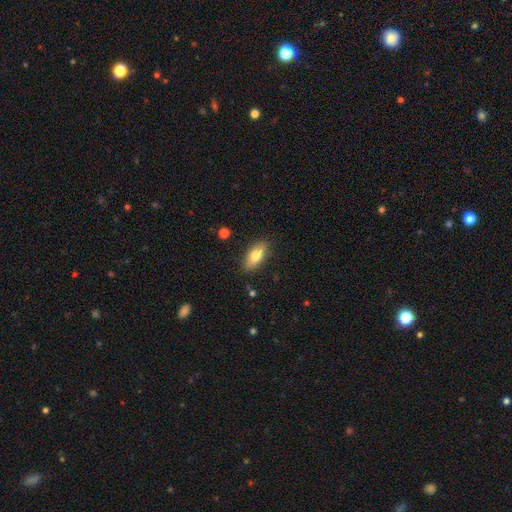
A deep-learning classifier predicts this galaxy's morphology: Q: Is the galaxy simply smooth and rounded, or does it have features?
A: smooth — 73%.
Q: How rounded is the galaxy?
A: in between — 82%.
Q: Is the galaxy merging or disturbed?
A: none — 84%.